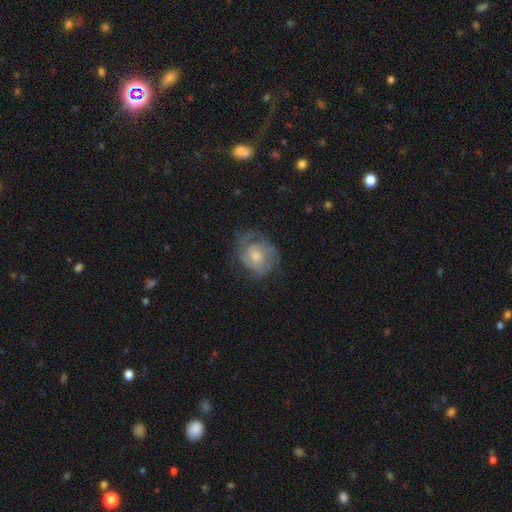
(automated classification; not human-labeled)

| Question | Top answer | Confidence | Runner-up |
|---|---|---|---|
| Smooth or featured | featured or disk | 68% | smooth (25%) |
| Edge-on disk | no | 98% | yes (2%) |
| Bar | no | 71% | weak (25%) |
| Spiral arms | yes | 80% | no (20%) |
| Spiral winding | tight | 54% | medium (34%) |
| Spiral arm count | can't tell | 42% | 2 (29%) |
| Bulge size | moderate | 51% | small (36%) |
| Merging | none | 57% | minor disturbance (24%) |